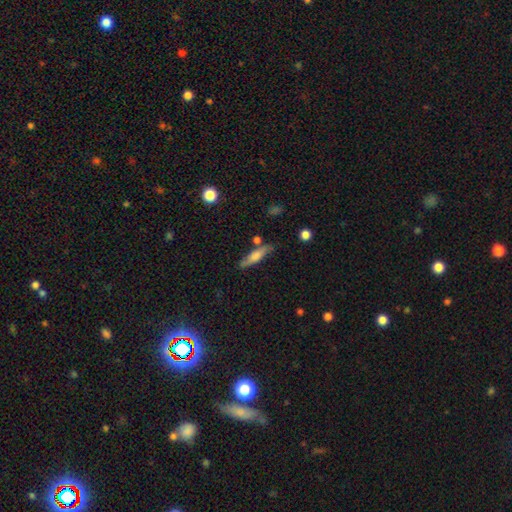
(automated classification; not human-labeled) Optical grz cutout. It shows a smooth galaxy with no disk features (64%) that is cigar-shaped (77%). Merging: none (75%).